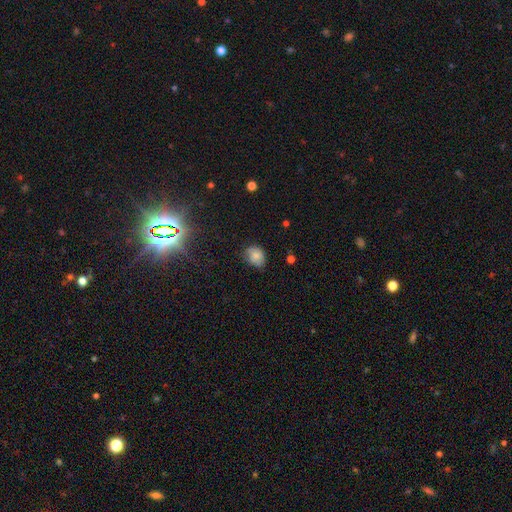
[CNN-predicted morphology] This appears to be a smooth galaxy with no disk features (76%) that is in between round and cigar-shaped (53%). Merging: none (60%).